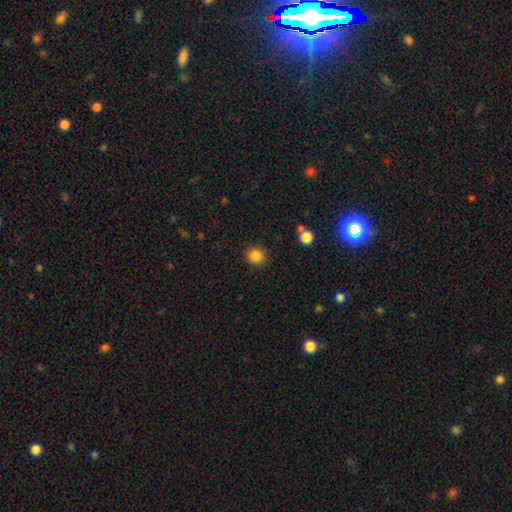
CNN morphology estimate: Q: Smooth or featured?
A: smooth (86%); runner-up: star or artifact (11%)
Q: How rounded?
A: round (92%); runner-up: in between (7%)
Q: Merging?
A: none (90%); runner-up: minor disturbance (6%)